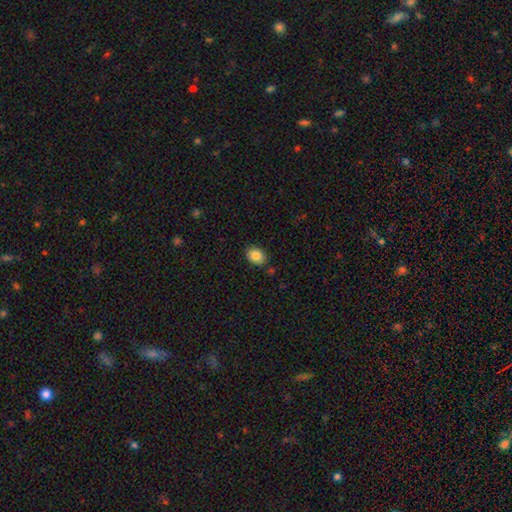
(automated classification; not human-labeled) smooth 85%, star or artifact 9%, featured or disk 6%. Down the decision tree: how rounded — in between (60%); merging — none (85%).